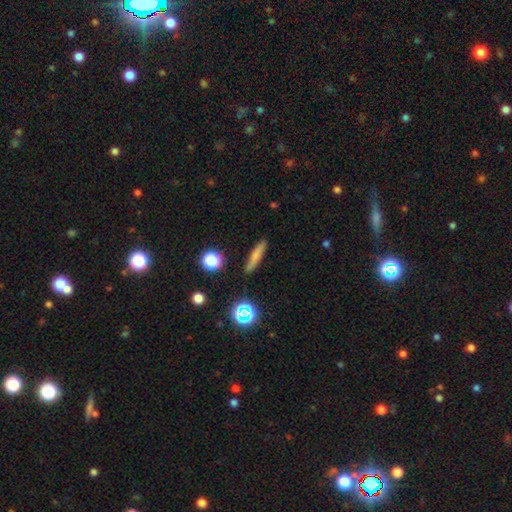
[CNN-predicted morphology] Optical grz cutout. It shows a smooth galaxy with no disk features (71%) that is cigar-shaped (86%). Merging: none (86%).